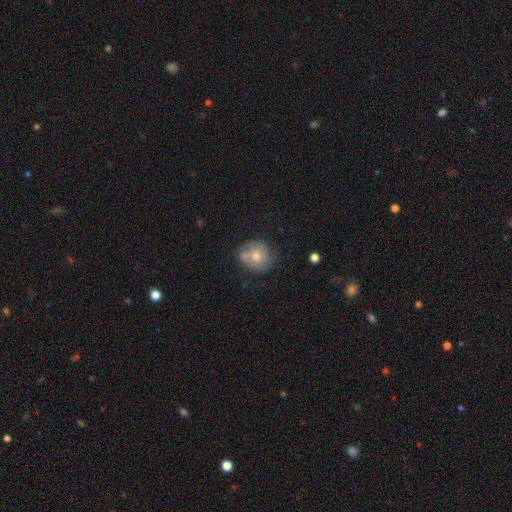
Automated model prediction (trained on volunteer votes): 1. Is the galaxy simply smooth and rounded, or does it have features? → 57% smooth, 35% featured or disk, 8% star or artifact.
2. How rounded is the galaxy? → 82% round, 17% in between, 1% cigar-shaped.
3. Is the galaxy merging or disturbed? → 61% none, 24% minor disturbance, 8% major disturbance, 7% merger.